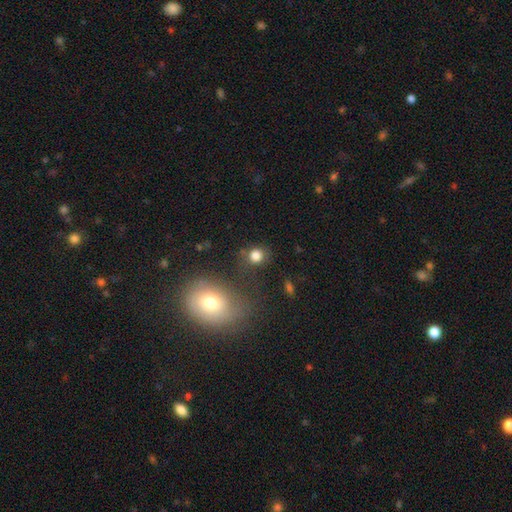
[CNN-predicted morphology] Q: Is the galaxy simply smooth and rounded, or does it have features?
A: smooth — 81%.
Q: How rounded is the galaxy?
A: round — 80%.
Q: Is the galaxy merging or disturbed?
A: none — 73%.